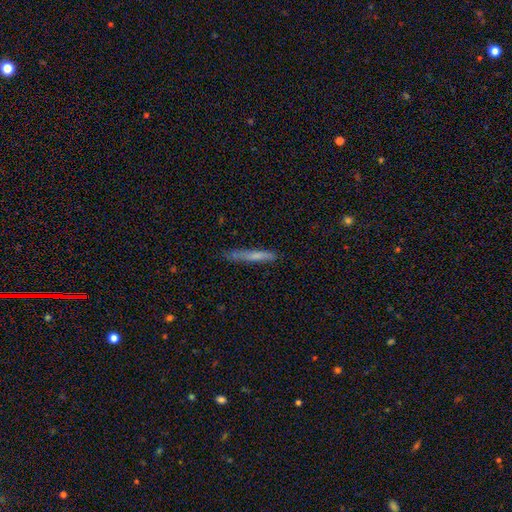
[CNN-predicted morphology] The model was most divided on "smooth or featured": smooth: 67%, featured or disk: 26%, star or artifact: 7%. More confident: how rounded — cigar-shaped (95%); merging — none (75%).